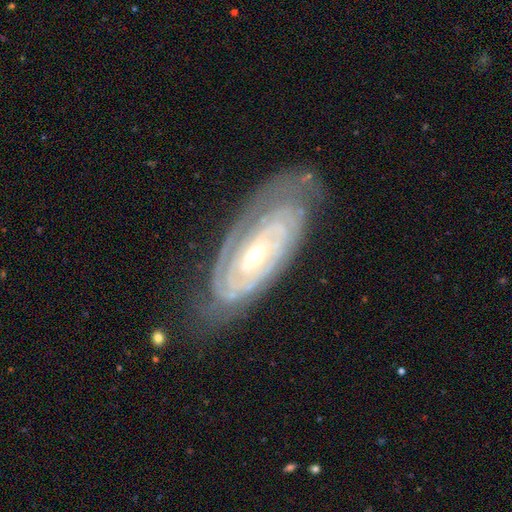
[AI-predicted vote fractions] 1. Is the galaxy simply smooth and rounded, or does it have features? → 88% featured or disk, 7% smooth, 5% star or artifact.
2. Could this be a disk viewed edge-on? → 92% no, 8% yes.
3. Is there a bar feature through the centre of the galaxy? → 53% no, 30% weak, 17% strong.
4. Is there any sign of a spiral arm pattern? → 96% yes, 4% no.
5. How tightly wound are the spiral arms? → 82% tight, 15% medium, 3% loose.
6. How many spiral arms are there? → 34% can't tell, 33% 2, 16% 3, 8% 4, 5% 1, 5% more than 4.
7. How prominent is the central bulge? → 53% small, 43% moderate, 2% large, 1% none, 1% dominant.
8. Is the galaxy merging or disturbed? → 71% none, 20% minor disturbance, 7% major disturbance, 1% merger.